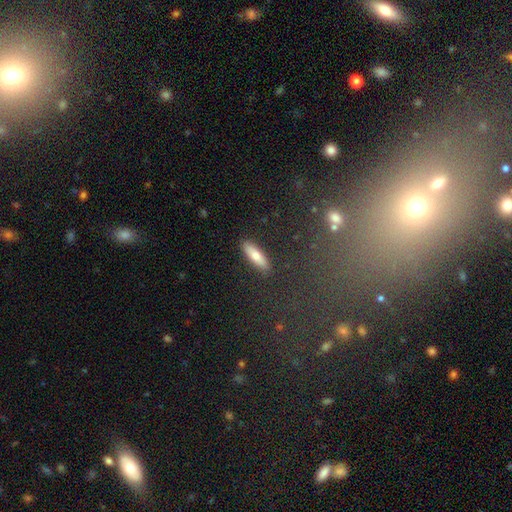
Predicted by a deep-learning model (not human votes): Smooth or featured? Predicted: smooth (p=0.75). How rounded? Predicted: cigar-shaped (p=0.55). Merging? Predicted: none (p=0.89).